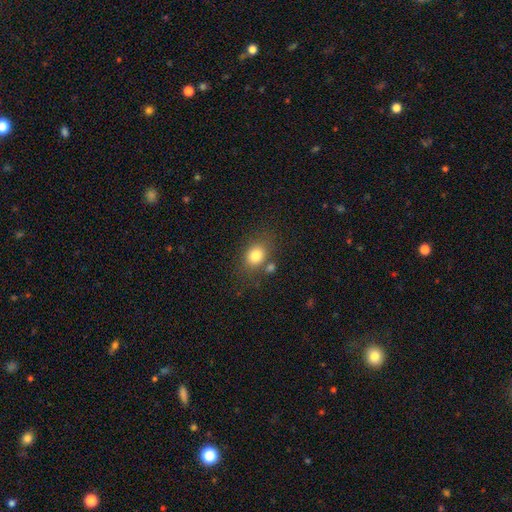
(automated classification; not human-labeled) smooth_or_featured: smooth (p=0.79) [alt: star or artifact p=0.11]
how_rounded: in between (p=0.51) [alt: round p=0.48]
merging: none (p=0.68) [alt: minor disturbance p=0.14]